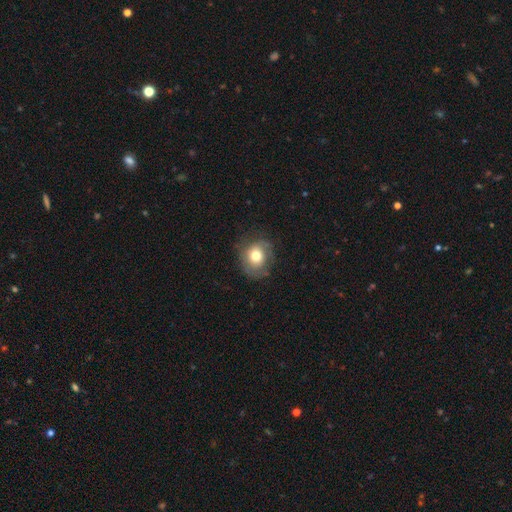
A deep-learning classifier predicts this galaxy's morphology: Smooth or featured? Predicted: smooth (p=0.65). How rounded? Predicted: round (p=0.77). Merging? Predicted: none (p=0.67).